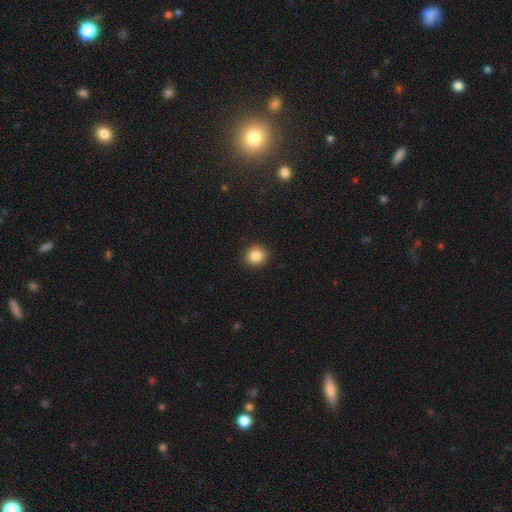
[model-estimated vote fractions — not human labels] Smooth or featured: smooth — 86% (star or artifact — 10%)
How rounded: round — 89% (in between — 11%)
Merging: none — 91% (minor disturbance — 6%)